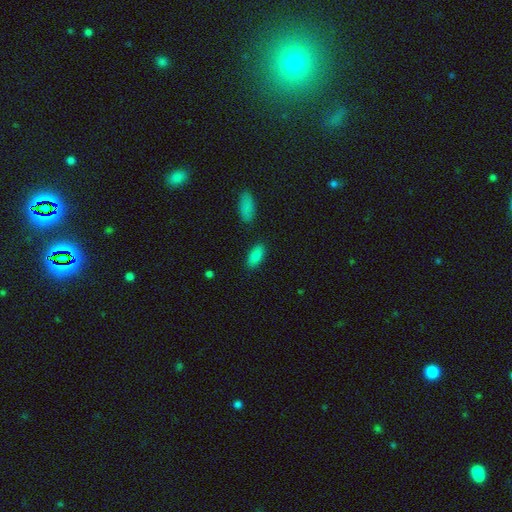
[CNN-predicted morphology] Smooth or featured?
  - smooth: 88% *
  - star or artifact: 7%
  - featured or disk: 4%
How rounded?
  - in between: 87% *
  - cigar-shaped: 11%
  - round: 2%
Merging?
  - none: 85% *
  - minor disturbance: 9%
  - merger: 3%
  - major disturbance: 3%